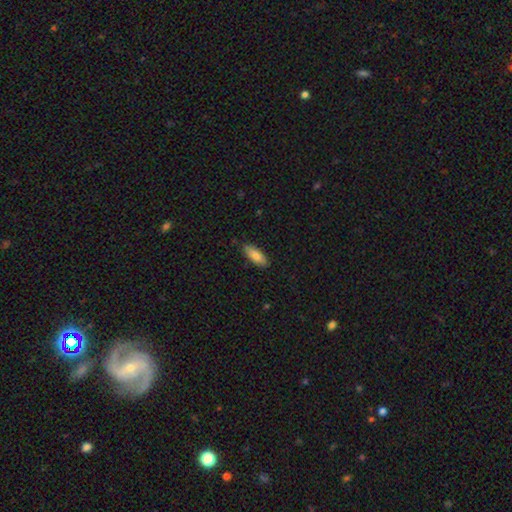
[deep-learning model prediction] This appears to be a smooth galaxy with no disk features (82%) that is in between round and cigar-shaped (75%). Merging: none (86%).